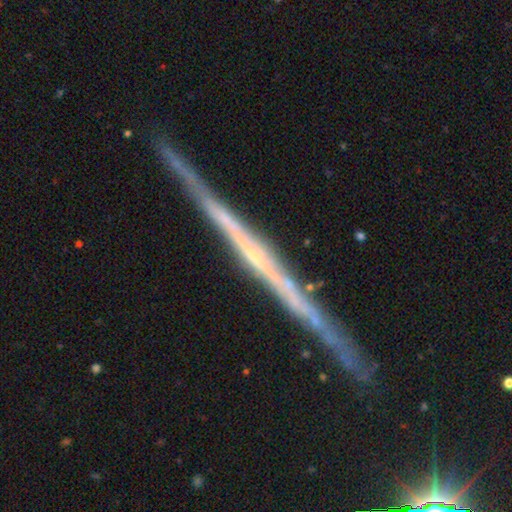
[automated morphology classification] A featured or disk galaxy (83%) viewed edge-on (98%) with no central bulge (62%).

Vote fractions:
- Smooth or featured? featured or disk: 83% / smooth: 10% / star or artifact: 8%
- Edge-on disk? yes: 98% / no: 2%
- Edge-on bulge? none: 62% / rounded: 29% / boxy: 9%
- Merging? none: 89% / minor disturbance: 8% / major disturbance: 2% / merger: 1%